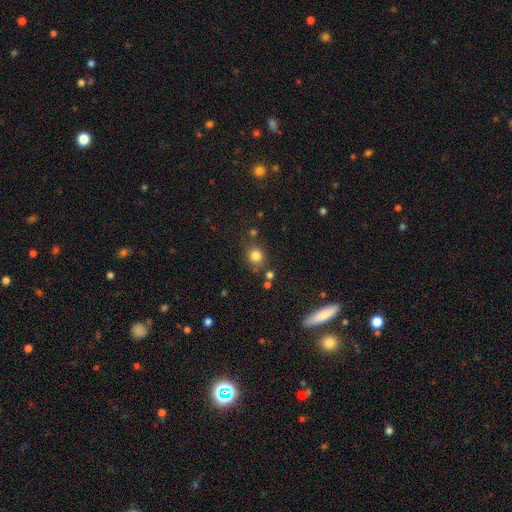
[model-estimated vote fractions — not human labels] Overall: smooth (80%). How rounded: round (80%). Merging: none (73%).